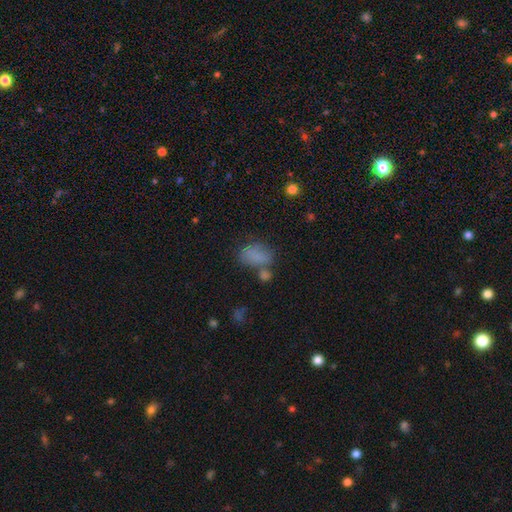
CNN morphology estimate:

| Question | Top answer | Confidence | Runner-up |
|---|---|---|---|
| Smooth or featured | smooth | 77% | star or artifact (13%) |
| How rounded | in between | 83% | round (15%) |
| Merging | none | 45% | merger (24%) |